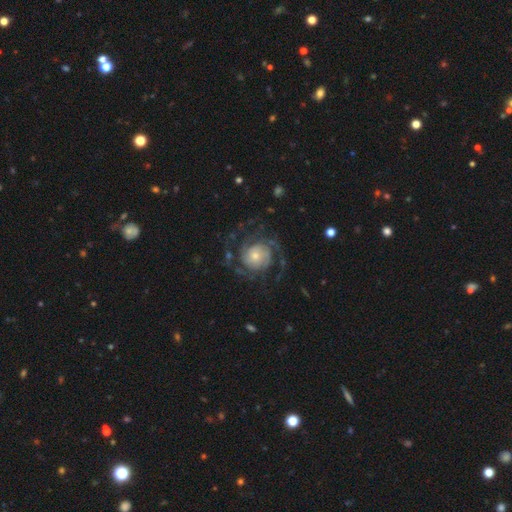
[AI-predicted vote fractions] A featured or disk galaxy (83%) with no bar (77%), 2 (25%, tied with can't tell) tight (49%) spiral arms (95%) and a small central bulge (47%). Merging: none (67%).